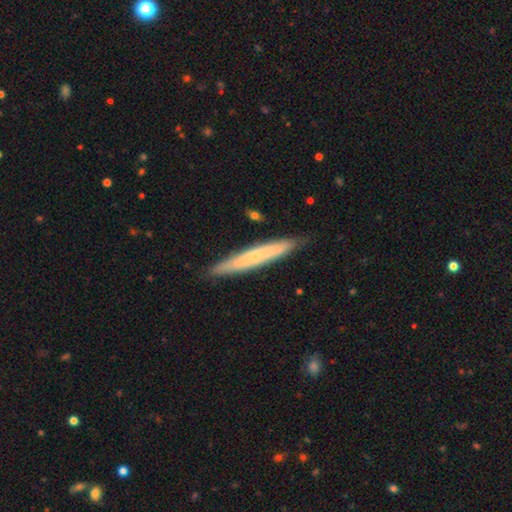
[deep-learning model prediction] smooth_or_featured: smooth (p=0.50) [alt: featured or disk p=0.44]
merging: none (p=0.87) [alt: minor disturbance p=0.10]